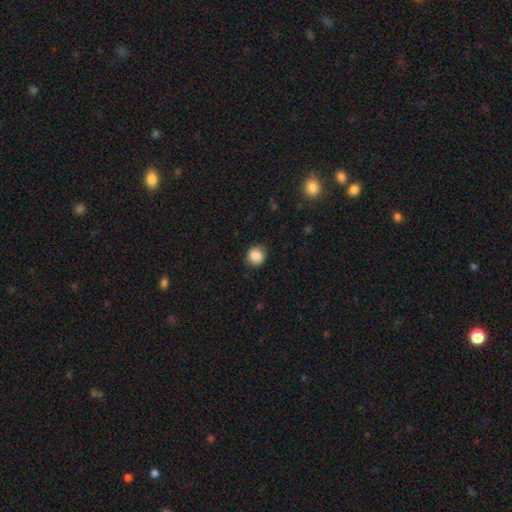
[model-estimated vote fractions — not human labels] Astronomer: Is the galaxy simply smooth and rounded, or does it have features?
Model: smooth — 88%.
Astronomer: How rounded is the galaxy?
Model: round — 88%.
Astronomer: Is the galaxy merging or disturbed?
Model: none — 85%.